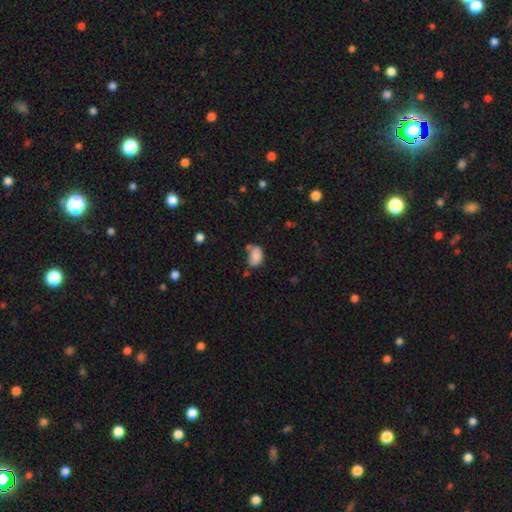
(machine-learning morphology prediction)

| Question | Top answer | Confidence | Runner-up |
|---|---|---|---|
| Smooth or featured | smooth | 80% | featured or disk (11%) |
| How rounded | in between | 84% | round (14%) |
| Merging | none | 44% | minor disturbance (29%) |